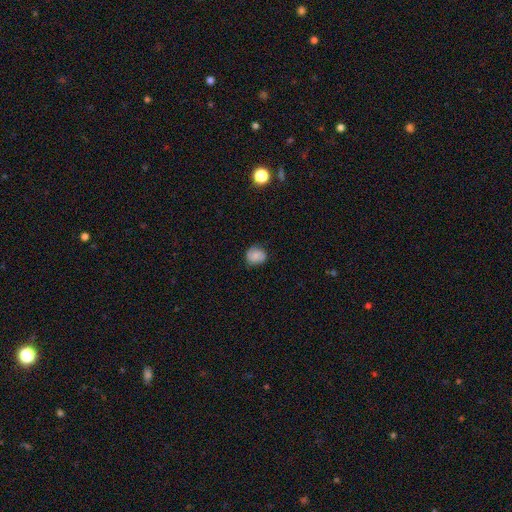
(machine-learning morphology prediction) Smooth or featured? Predicted: smooth (p=0.69). How rounded? Predicted: round (p=0.73). Merging? Predicted: none (p=0.74).